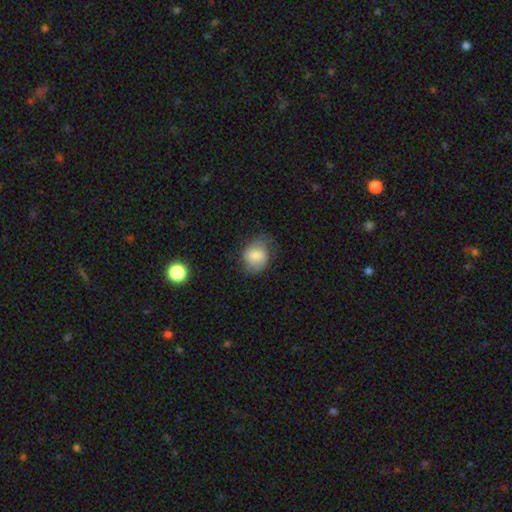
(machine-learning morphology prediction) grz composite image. It shows a smooth galaxy with no disk features (70%) that is round (53%). Merging: none (58%).